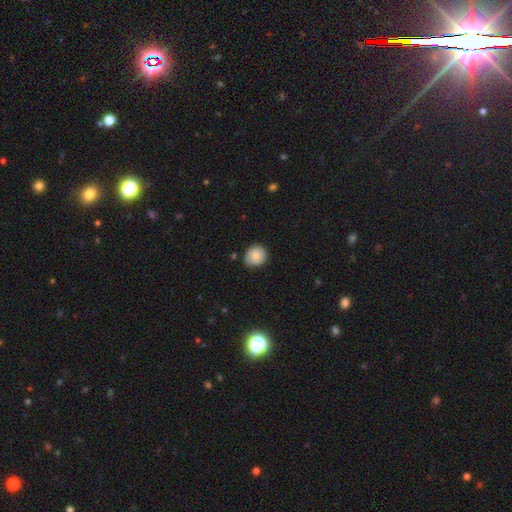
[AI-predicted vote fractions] A smooth galaxy with no disk features (83%) that is round (85%).

Vote fractions:
- Smooth or featured? smooth: 83% / featured or disk: 9% / star or artifact: 8%
- How rounded? round: 85% / in between: 14% / cigar-shaped: 1%
- Merging? none: 81% / minor disturbance: 16% / major disturbance: 2% / merger: 2%